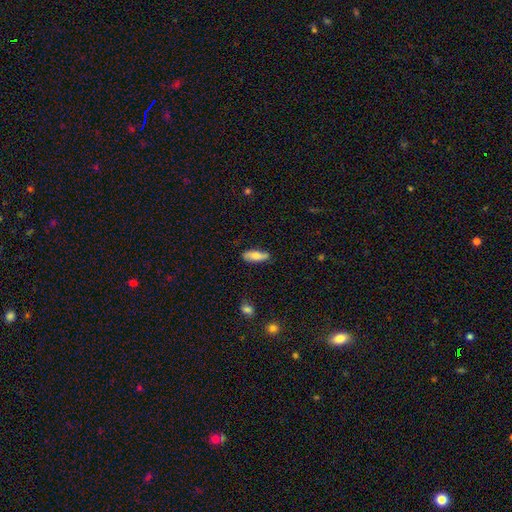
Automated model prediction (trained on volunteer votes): Smooth or featured? Predicted: smooth (p=0.75). How rounded? Predicted: in between (p=0.67). Merging? Predicted: none (p=0.80).